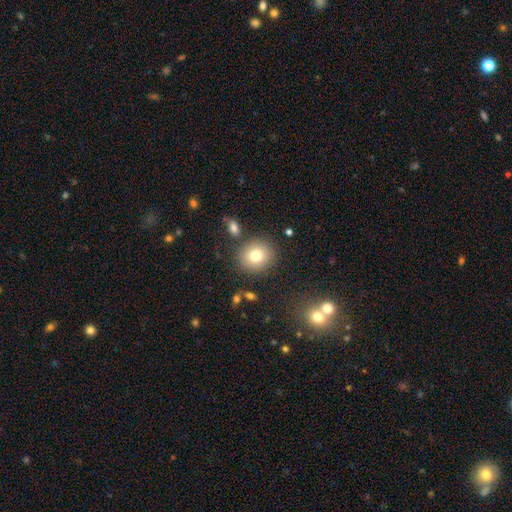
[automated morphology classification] Smooth or featured? smooth (79%)
How rounded? round (83%)
Merging? none (83%)